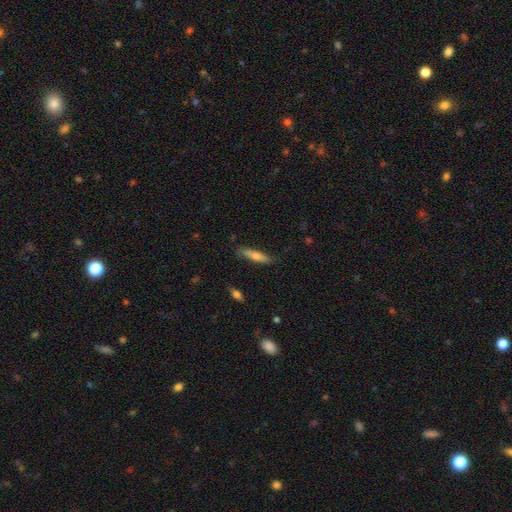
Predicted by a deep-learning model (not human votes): smooth_or_featured: smooth (p=0.64) [alt: featured or disk p=0.30]
how_rounded: cigar-shaped (p=0.83) [alt: in between p=0.15]
merging: none (p=0.83) [alt: minor disturbance p=0.13]